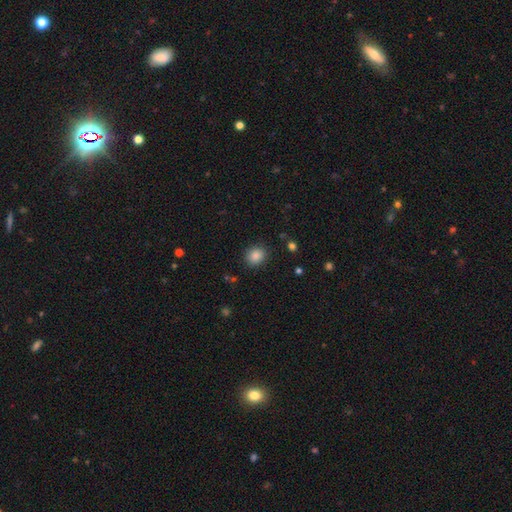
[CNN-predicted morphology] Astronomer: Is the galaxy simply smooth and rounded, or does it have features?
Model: smooth — 86%.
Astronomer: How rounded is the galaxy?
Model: round — 74%.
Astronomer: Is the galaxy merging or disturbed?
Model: none — 87%.